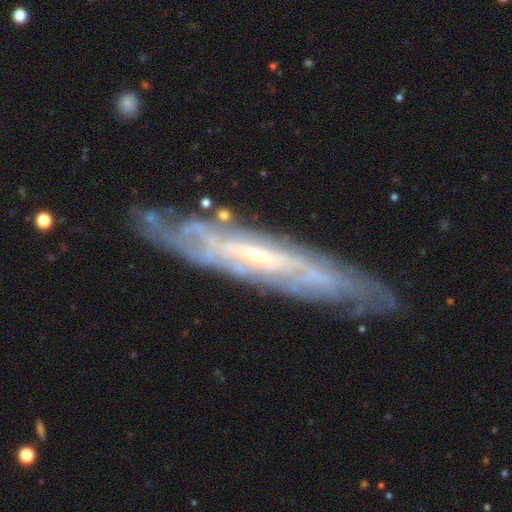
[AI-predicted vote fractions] This appears to be a featured or disk galaxy (83%). Merging: none (78%).